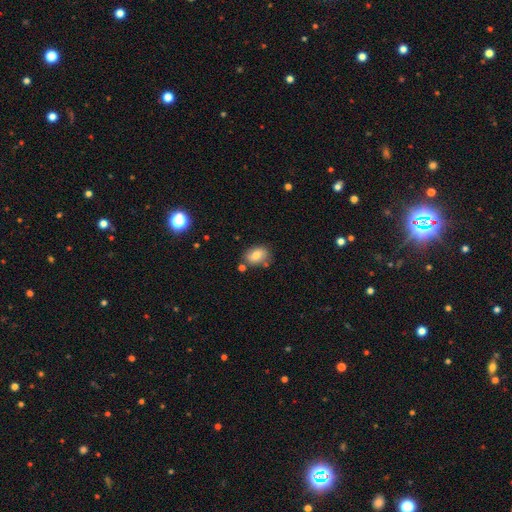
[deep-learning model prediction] Overall: smooth (77%). How rounded: in between (71%). Merging: none (72%).